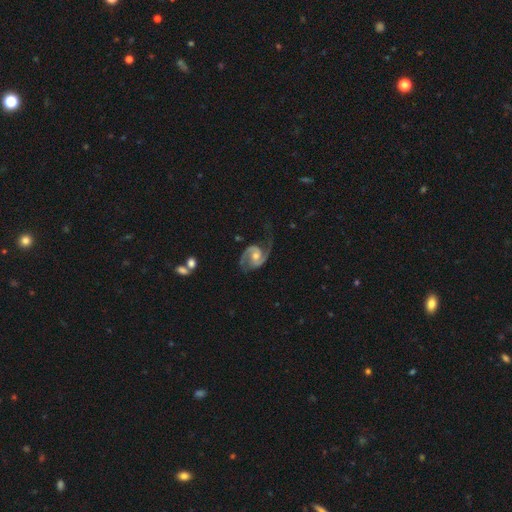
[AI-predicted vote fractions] A featured or disk galaxy (91%) with no bar (50%), 2 (92%) medium (56%) spiral arms (98%) and a moderate central bulge (61%).

Vote fractions:
- Smooth or featured? featured or disk: 91% / smooth: 5% / star or artifact: 4%
- Edge-on disk? no: 98% / yes: 2%
- Bar? no: 50% / weak: 39% / strong: 11%
- Spiral arms? yes: 98% / no: 2%
- Spiral winding? medium: 56% / loose: 24% / tight: 20%
- Spiral arm count? 2: 92% / 1: 3% / can't tell: 2% / 3: 1% / 4: 1% / more than 4: 1%
- Bulge size? moderate: 61% / small: 30% / large: 5% / none: 3% / dominant: 1%
- Merging? none: 66% / minor disturbance: 19% / major disturbance: 13% / merger: 2%